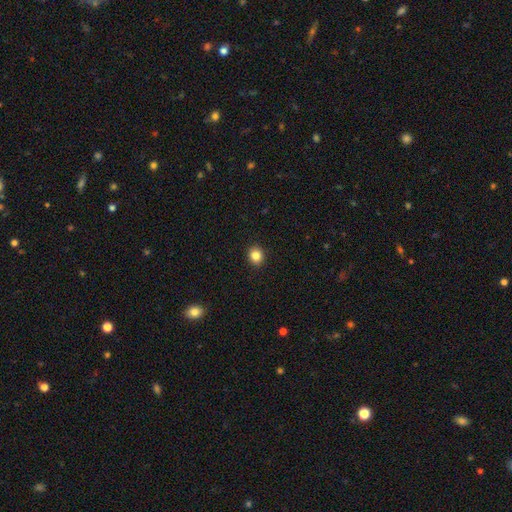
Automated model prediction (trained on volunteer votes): Smooth or featured? Predicted: smooth (p=0.85). How rounded? Predicted: round (p=0.80). Merging? Predicted: none (p=0.92).